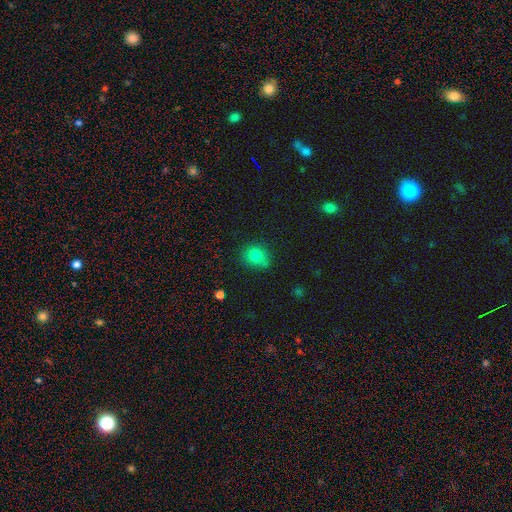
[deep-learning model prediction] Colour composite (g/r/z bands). It shows a smooth galaxy with no disk features (81%) that is round (70%). Merging: none (66%).